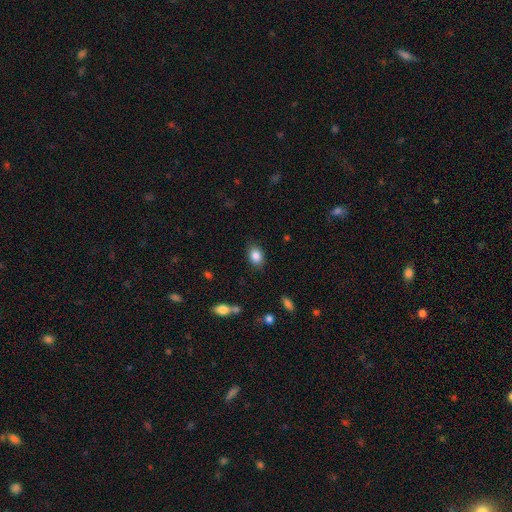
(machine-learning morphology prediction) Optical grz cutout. It shows a smooth galaxy with no disk features (86%) that is in between round and cigar-shaped (74%). Merging: none (83%).